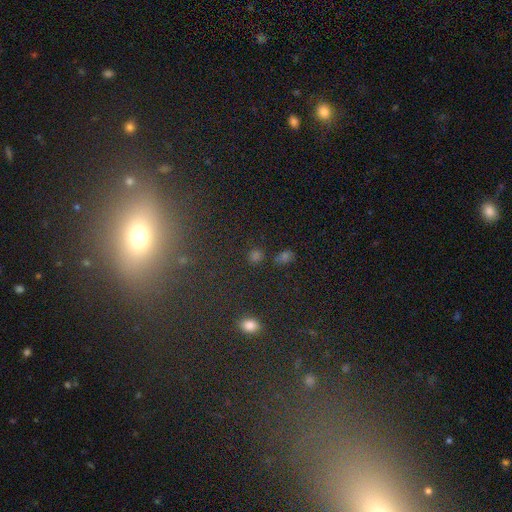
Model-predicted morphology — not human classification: type=smooth (60%); roundness=round (67%); merging=none (79%).